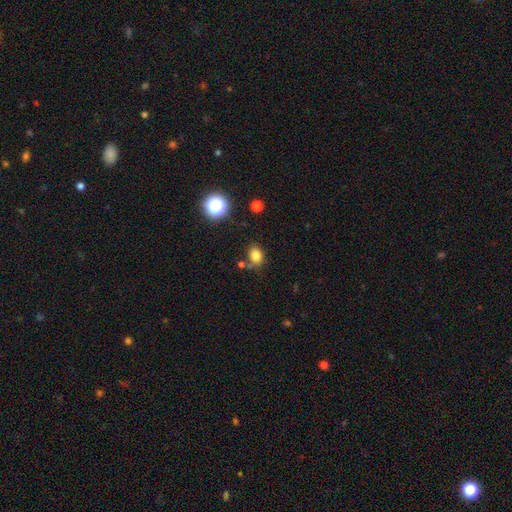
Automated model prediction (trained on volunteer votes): A smooth galaxy with no disk features (81%) that is in between round and cigar-shaped (60%). Merging: none (71%).